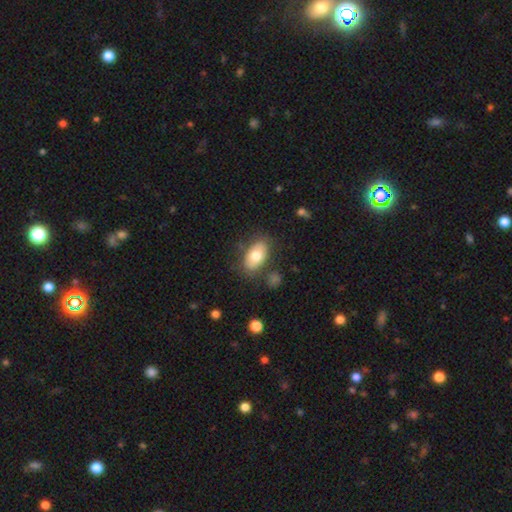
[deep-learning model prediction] This is likely a smooth galaxy (70%). How rounded: clearly in between (91%). Merging: likely none (76%).